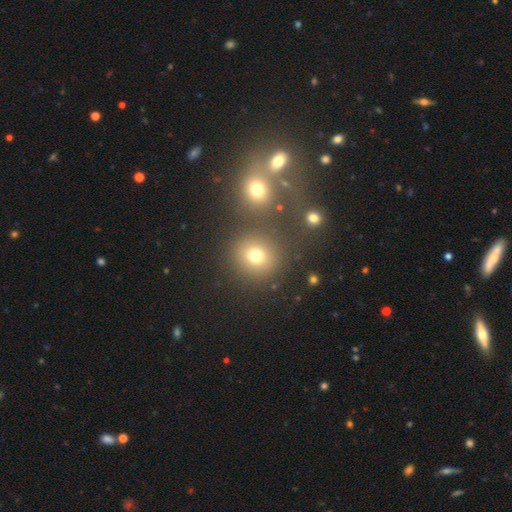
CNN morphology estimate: This is likely a smooth galaxy (73%). How rounded: clearly round (90%). Merging: likely none (77%).